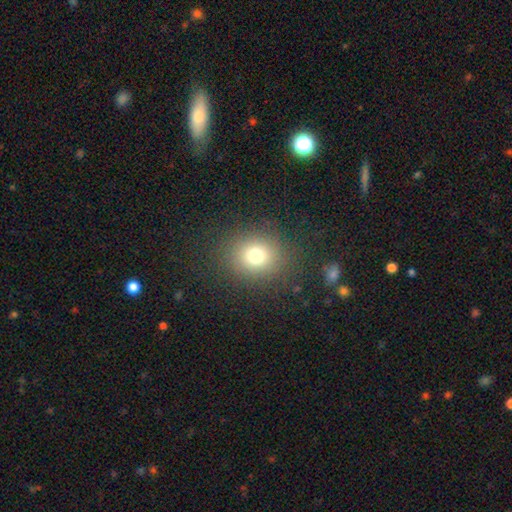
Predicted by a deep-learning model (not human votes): Smooth or featured: smooth — 74% (star or artifact — 17%)
How rounded: round — 77% (in between — 23%)
Merging: none — 86% (minor disturbance — 8%)